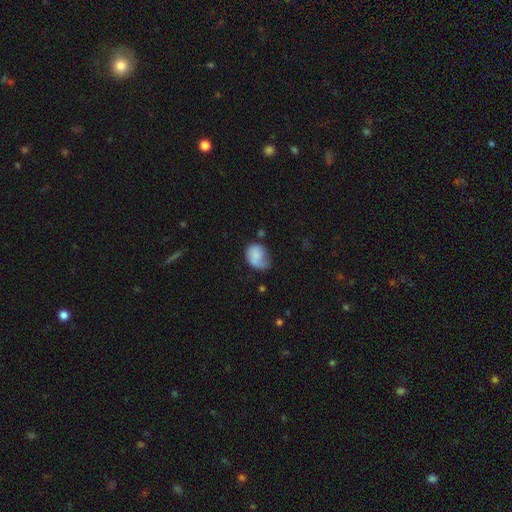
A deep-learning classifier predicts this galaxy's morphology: A smooth galaxy with no disk features (72%) that is in between round and cigar-shaped (60%). Merging: minor disturbance (37%).